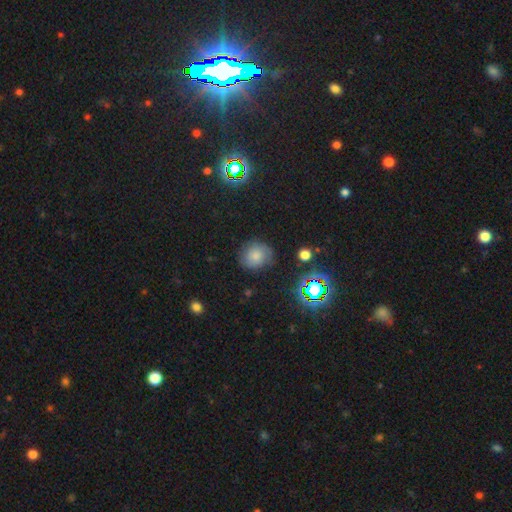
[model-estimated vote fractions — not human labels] A smooth galaxy with no disk features (57%) that is round (77%). Merging: none (76%).